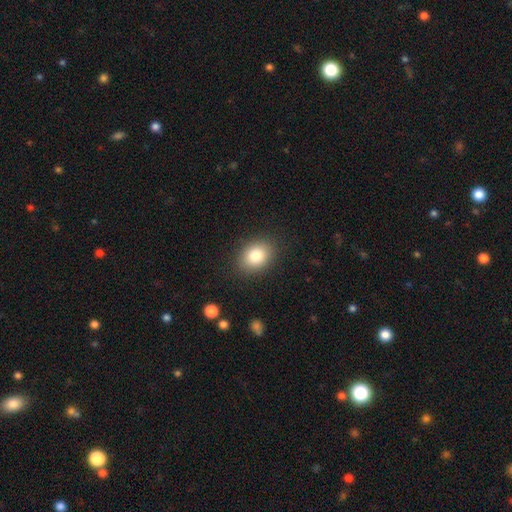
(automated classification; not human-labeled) Morphology: type=smooth (82%); roundness=in between (61%); merging=none (87%).